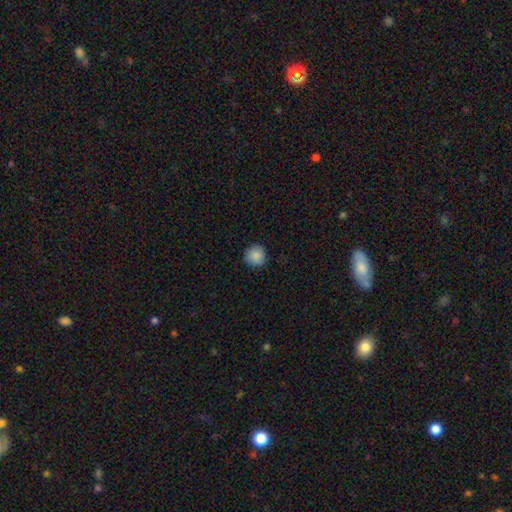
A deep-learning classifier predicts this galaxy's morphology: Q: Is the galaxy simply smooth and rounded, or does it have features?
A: smooth — 87%.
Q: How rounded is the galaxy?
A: round — 92%.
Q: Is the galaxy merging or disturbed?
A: none — 86%.